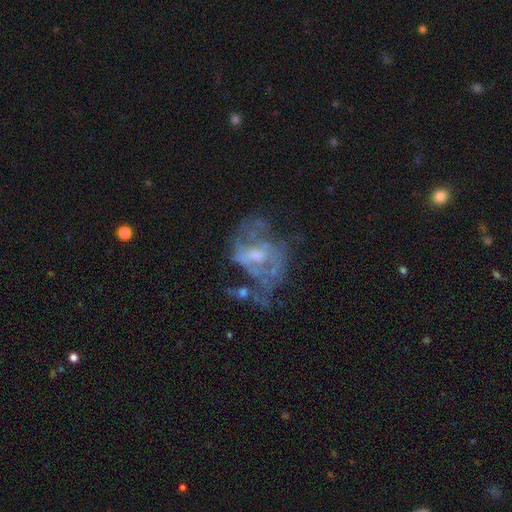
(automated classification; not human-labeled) Smooth or featured? Predicted: featured or disk (p=0.75). Edge-on disk? Predicted: no (p=0.97). Bar? Predicted: no (p=0.52). Spiral arms? Predicted: yes (p=0.54). Bulge size? Predicted: moderate (p=0.49). Merging? Predicted: major disturbance (p=0.36).